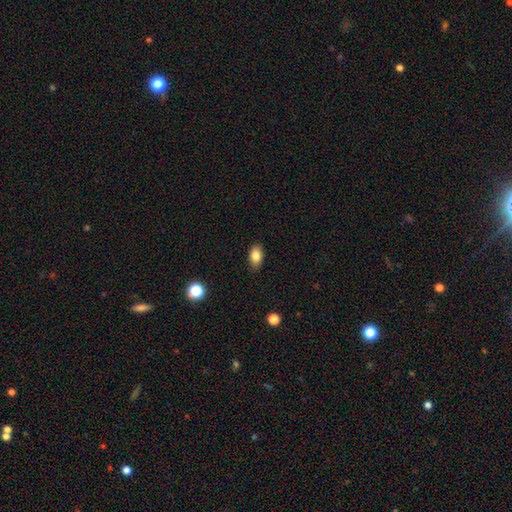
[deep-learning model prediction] Q: Smooth or featured?
A: smooth (84%); runner-up: star or artifact (9%)
Q: How rounded?
A: in between (88%); runner-up: round (9%)
Q: Merging?
A: none (86%); runner-up: minor disturbance (11%)